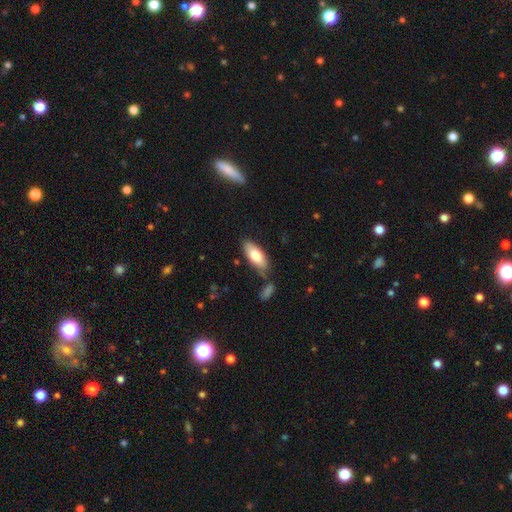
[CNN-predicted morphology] Smooth or featured? Predicted: smooth (p=0.77). How rounded? Predicted: in between (p=0.80). Merging? Predicted: none (p=0.72).